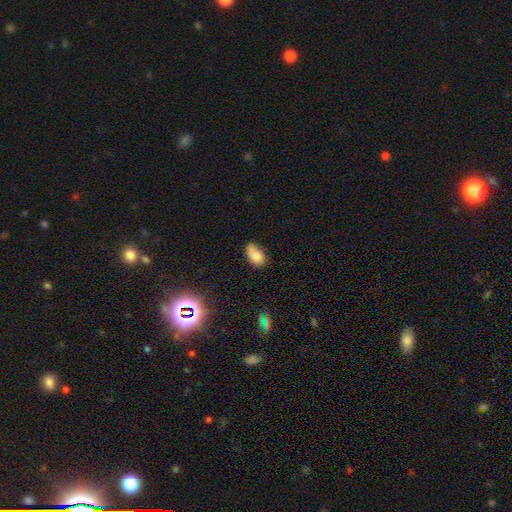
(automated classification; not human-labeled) Overall: smooth (73%). How rounded: in between (86%). Merging: none (43%; minor disturbance 30%).